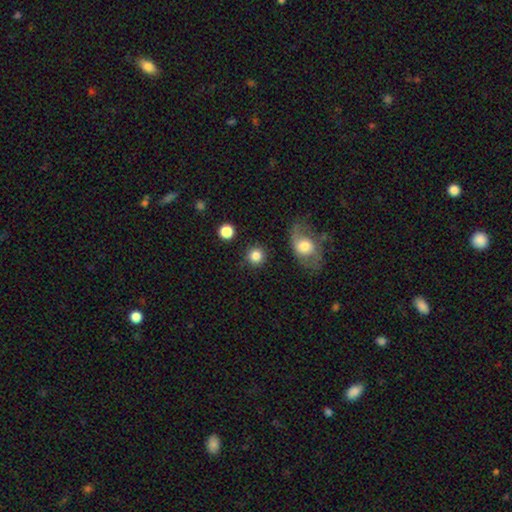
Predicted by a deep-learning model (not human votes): Smooth or featured?
  - smooth: 85% *
  - star or artifact: 9%
  - featured or disk: 6%
How rounded?
  - round: 92% *
  - in between: 7%
  - cigar-shaped: 1%
Merging?
  - none: 86% *
  - minor disturbance: 7%
  - merger: 4%
  - major disturbance: 3%